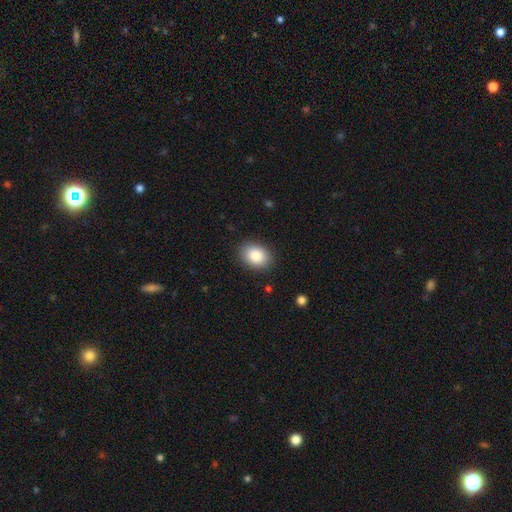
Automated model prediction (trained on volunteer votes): smooth_or_featured: smooth (p=0.86) [alt: star or artifact p=0.07]
how_rounded: in between (p=0.75) [alt: round p=0.24]
merging: none (p=0.88) [alt: minor disturbance p=0.09]